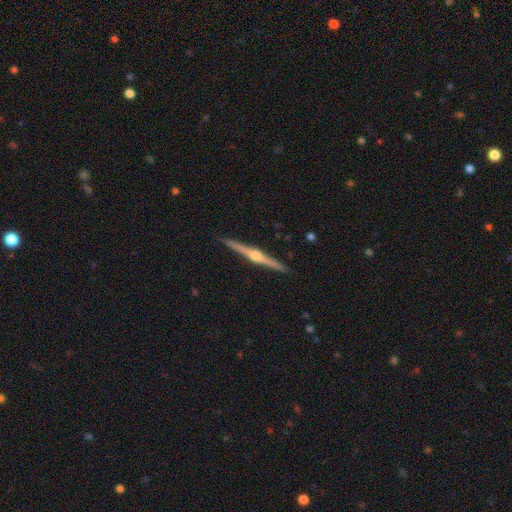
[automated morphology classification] type=featured or disk (87%); edge-on=yes (99%); edge-on bulge=rounded (93%); merging=none (93%).